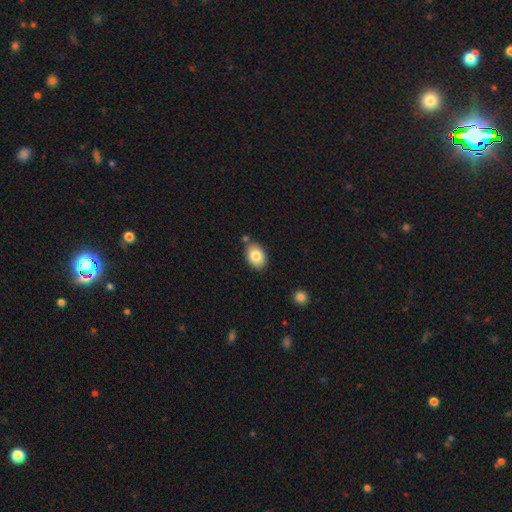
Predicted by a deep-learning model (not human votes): Q: Smooth or featured?
A: smooth (83%); runner-up: featured or disk (9%)
Q: How rounded?
A: in between (81%); runner-up: round (18%)
Q: Merging?
A: none (77%); runner-up: minor disturbance (13%)